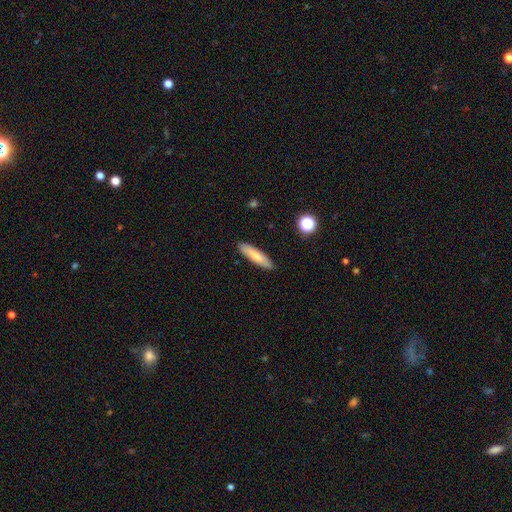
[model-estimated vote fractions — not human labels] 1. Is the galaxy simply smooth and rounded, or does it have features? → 71% smooth, 22% featured or disk, 7% star or artifact.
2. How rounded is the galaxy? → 72% cigar-shaped, 26% in between, 2% round.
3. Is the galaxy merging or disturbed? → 89% none, 9% minor disturbance, 2% major disturbance, 1% merger.